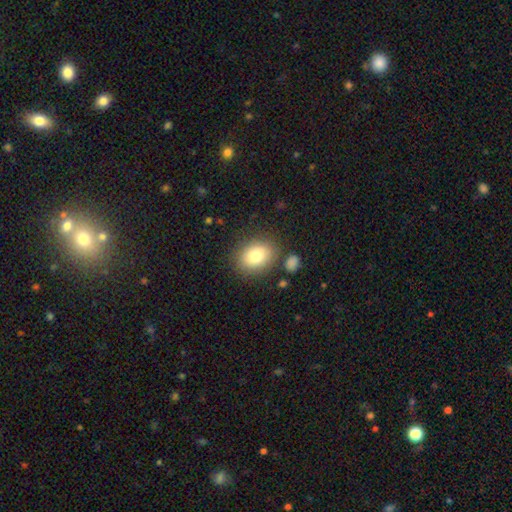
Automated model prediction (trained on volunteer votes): Smooth or featured? Predicted: smooth (p=0.80). How rounded? Predicted: in between (p=0.53). Merging? Predicted: none (p=0.80).